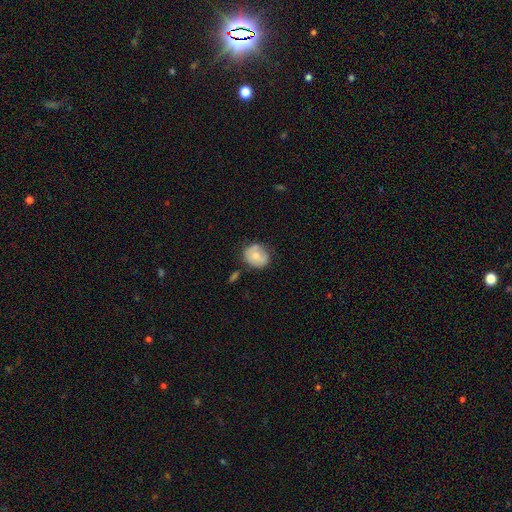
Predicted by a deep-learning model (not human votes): Smooth or featured? smooth (67%)
How rounded? round (69%)
Merging? none (65%)